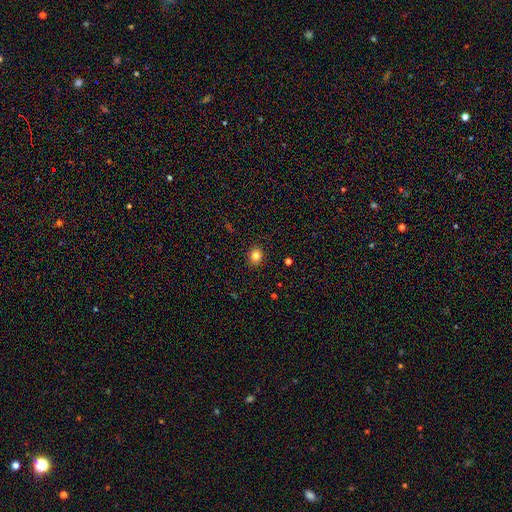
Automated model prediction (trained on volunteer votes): A smooth galaxy with no disk features (82%) that is round (61%).

Vote fractions:
- Smooth or featured? smooth: 82% / star or artifact: 12% / featured or disk: 6%
- How rounded? round: 61% / in between: 38% / cigar-shaped: 1%
- Merging? none: 90% / minor disturbance: 7% / major disturbance: 2% / merger: 1%